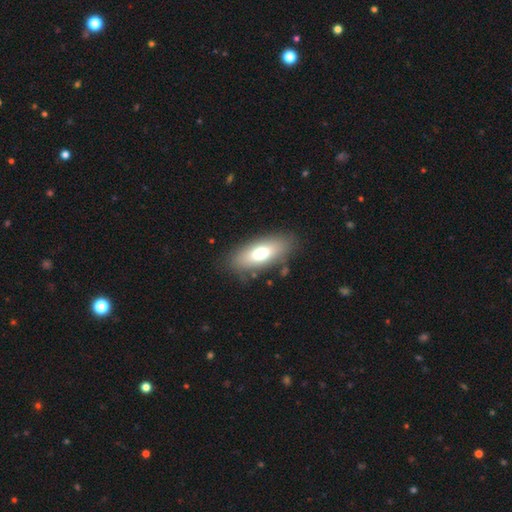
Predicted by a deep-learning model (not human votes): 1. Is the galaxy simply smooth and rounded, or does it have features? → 69% smooth, 24% featured or disk, 8% star or artifact.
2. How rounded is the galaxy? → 80% in between, 17% cigar-shaped, 3% round.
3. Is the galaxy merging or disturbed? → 85% none, 10% minor disturbance, 3% major disturbance, 2% merger.